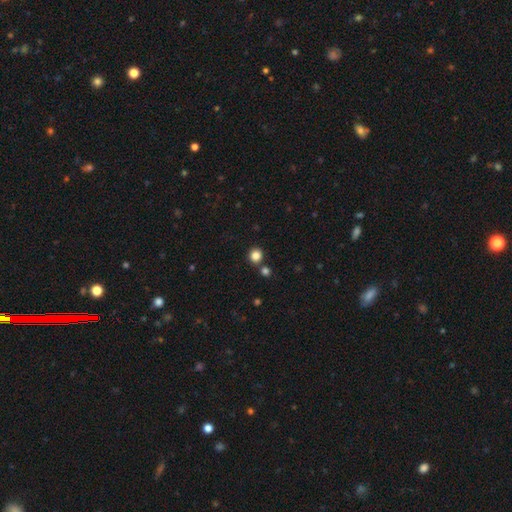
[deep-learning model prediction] smooth-or-featured: smooth: 84% | star or artifact: 12% | featured or disk: 4%
  how-rounded: round: 90% | in between: 9% | cigar-shaped: 1%
  merging: none: 80% | merger: 11% | minor disturbance: 7% | major disturbance: 2%